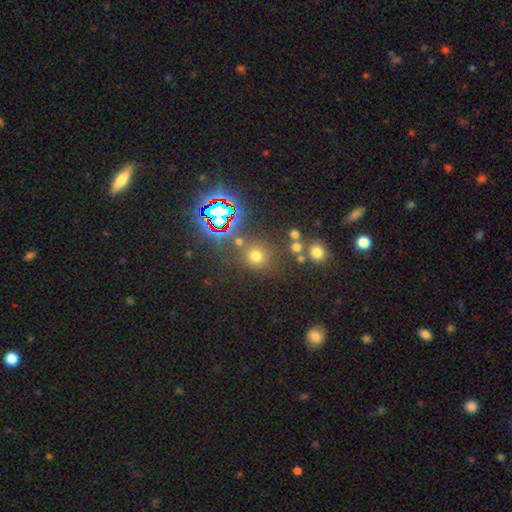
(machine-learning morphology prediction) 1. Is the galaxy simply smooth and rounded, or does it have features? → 63% smooth, 29% star or artifact, 8% featured or disk.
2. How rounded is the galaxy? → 89% round, 10% in between, 1% cigar-shaped.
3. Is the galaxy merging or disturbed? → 76% none, 10% merger, 9% minor disturbance, 5% major disturbance.